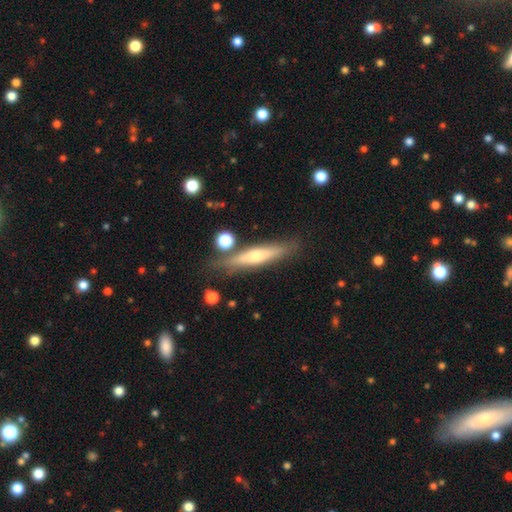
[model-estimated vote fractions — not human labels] Smooth or featured? featured or disk (52%)
Edge-on disk? yes (91%)
Merging? none (79%)